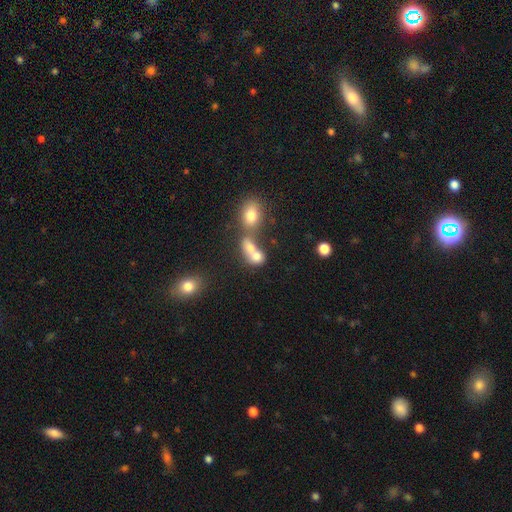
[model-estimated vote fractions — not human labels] A smooth galaxy with no disk features (71%) that is in between round and cigar-shaped (64%).

Vote fractions:
- Smooth or featured? smooth: 71% / featured or disk: 16% / star or artifact: 13%
- How rounded? in between: 64% / round: 32% / cigar-shaped: 4%
- Merging? merger: 62% / none: 23% / minor disturbance: 8% / major disturbance: 7%